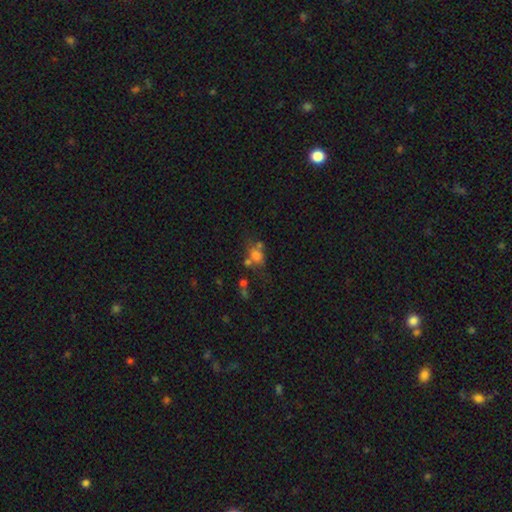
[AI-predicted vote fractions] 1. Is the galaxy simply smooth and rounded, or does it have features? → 67% smooth, 18% featured or disk, 16% star or artifact.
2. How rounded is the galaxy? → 59% in between, 38% round, 3% cigar-shaped.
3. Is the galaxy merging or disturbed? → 39% none, 30% merger, 17% minor disturbance, 14% major disturbance.